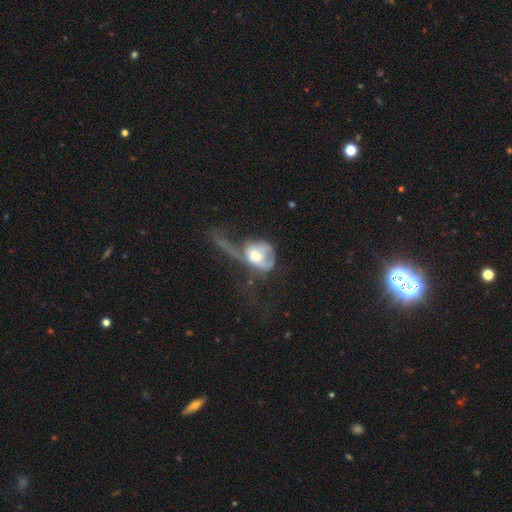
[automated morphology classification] This is possibly a featured or disk galaxy (47%). Merging: likely major disturbance (67%).